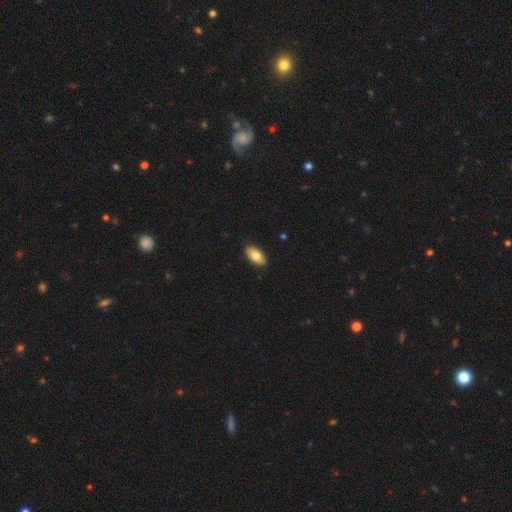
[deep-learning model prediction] Smooth or featured? Predicted: smooth (p=0.80). How rounded? Predicted: in between (p=0.94). Merging? Predicted: none (p=0.89).